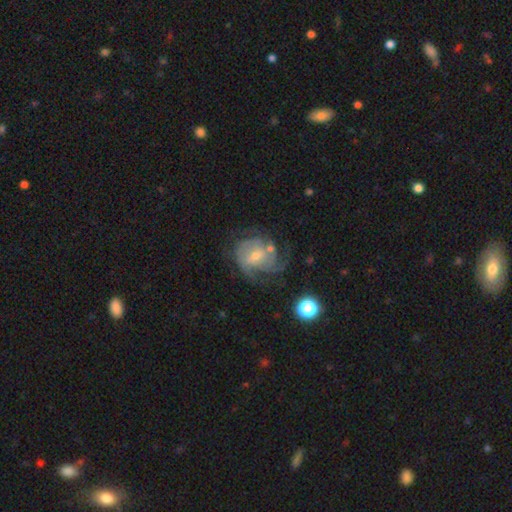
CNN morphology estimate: type=featured or disk (79%); edge-on=no (98%); bar=weak (46%); spiral arms=yes (90%); winding=tight (46%); arm count=can't tell (35%); bulge=small (53%); merging=none (45%).